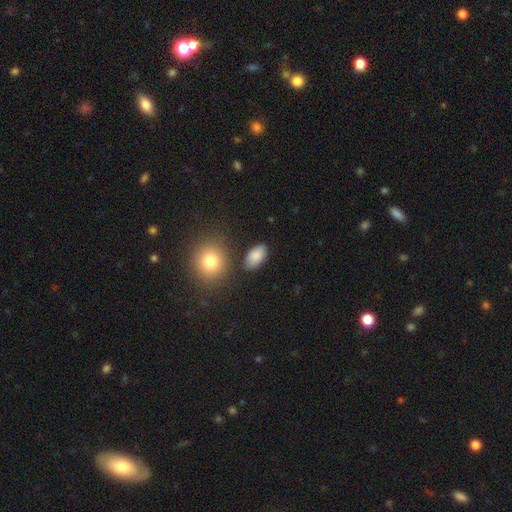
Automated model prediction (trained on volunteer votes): Q: Smooth or featured?
A: smooth (87%); runner-up: star or artifact (7%)
Q: How rounded?
A: in between (92%); runner-up: round (6%)
Q: Merging?
A: none (80%); runner-up: minor disturbance (12%)